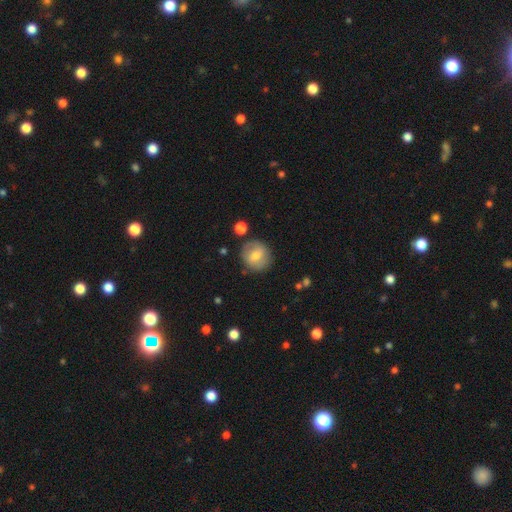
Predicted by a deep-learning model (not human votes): The model was most divided on "smooth or featured": smooth: 62%, featured or disk: 30%, star or artifact: 8%. More confident: how rounded — round (83%); merging — none (80%).